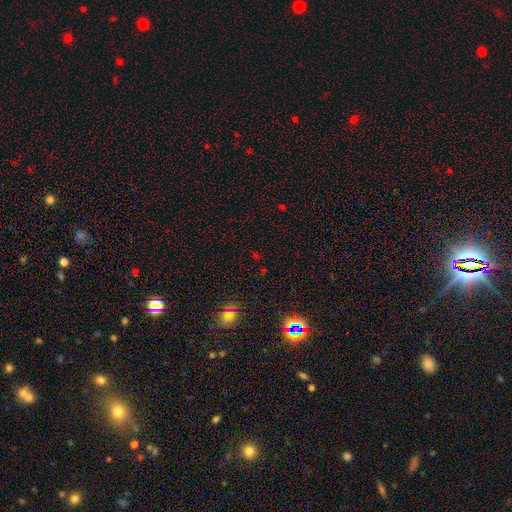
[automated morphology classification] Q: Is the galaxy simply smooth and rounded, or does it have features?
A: star or artifact — 68%.